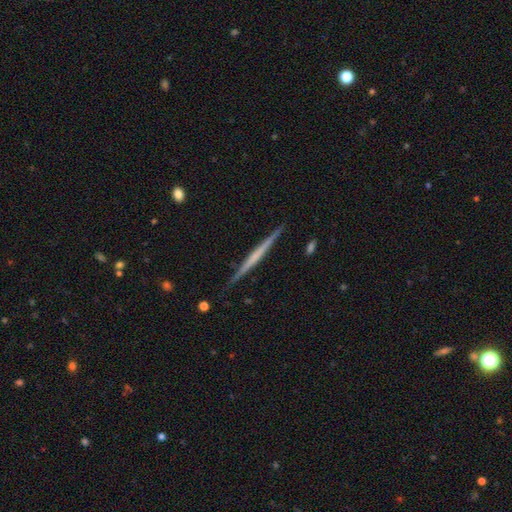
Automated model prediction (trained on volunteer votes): smooth-or-featured: featured or disk: 64% | smooth: 31% | star or artifact: 5%
  disk-edge-on: yes: 98% | no: 2%
    edge-on-bulge: none: 79% | rounded: 12% | boxy: 8%
  merging: none: 90% | minor disturbance: 7% | major disturbance: 1% | merger: 1%